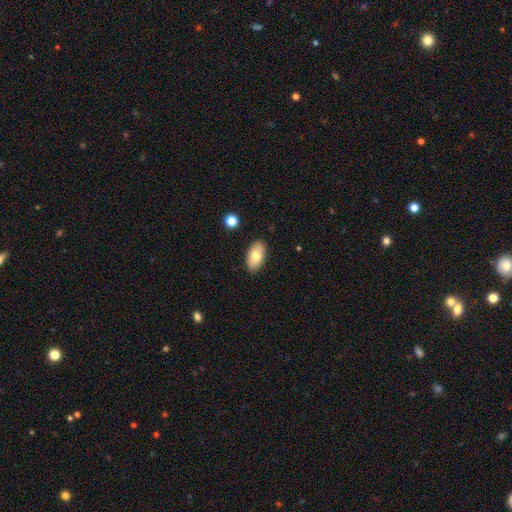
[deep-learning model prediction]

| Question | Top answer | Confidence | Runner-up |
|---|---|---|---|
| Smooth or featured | smooth | 75% | featured or disk (18%) |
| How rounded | in between | 93% | round (3%) |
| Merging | none | 88% | minor disturbance (9%) |